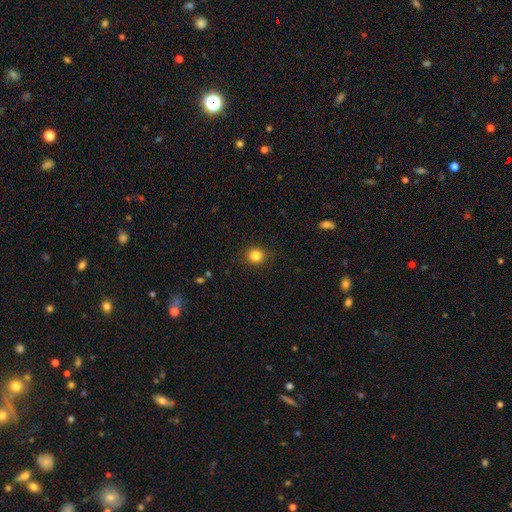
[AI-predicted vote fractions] Smooth or featured?
  - smooth: 84% *
  - star or artifact: 12%
  - featured or disk: 5%
How rounded?
  - round: 88% *
  - in between: 11%
  - cigar-shaped: 1%
Merging?
  - none: 89% *
  - minor disturbance: 7%
  - major disturbance: 2%
  - merger: 1%